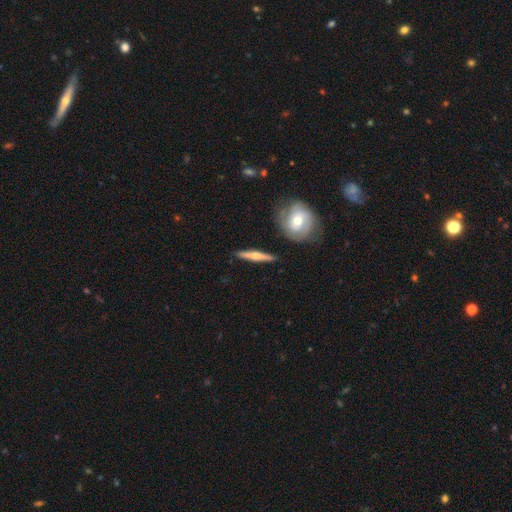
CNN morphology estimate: Q: Smooth or featured?
A: featured or disk (58%); runner-up: smooth (37%)
Q: Edge-on disk?
A: yes (94%); runner-up: no (6%)
Q: Edge-on bulge?
A: rounded (84%); runner-up: none (12%)
Q: Merging?
A: none (88%); runner-up: minor disturbance (8%)